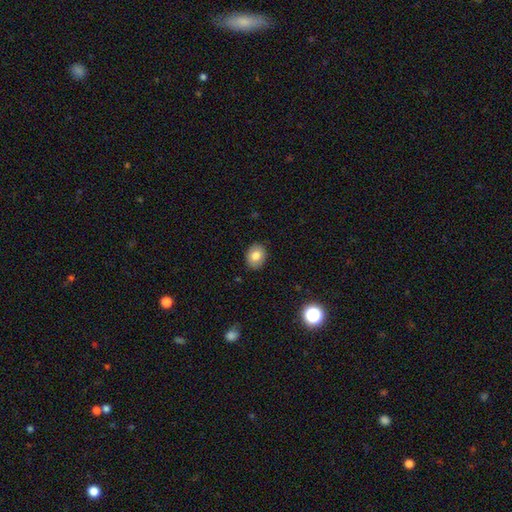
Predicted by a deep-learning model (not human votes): Smooth or featured? smooth (80%)
How rounded? in between (52%)
Merging? none (89%)